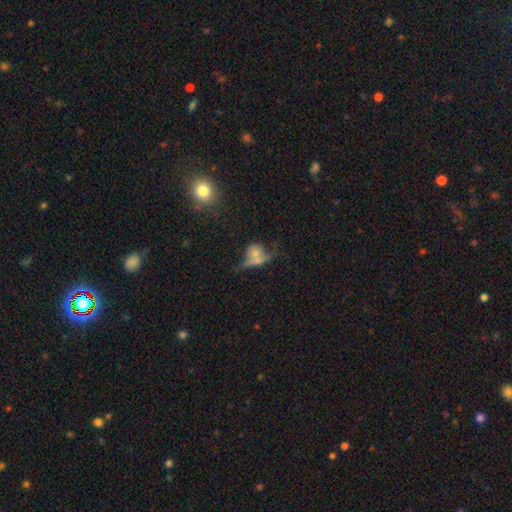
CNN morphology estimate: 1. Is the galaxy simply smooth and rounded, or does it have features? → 52% smooth, 35% featured or disk, 14% star or artifact.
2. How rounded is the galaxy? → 52% round, 38% in between, 10% cigar-shaped.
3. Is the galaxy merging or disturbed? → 41% merger, 30% none, 15% major disturbance, 15% minor disturbance.